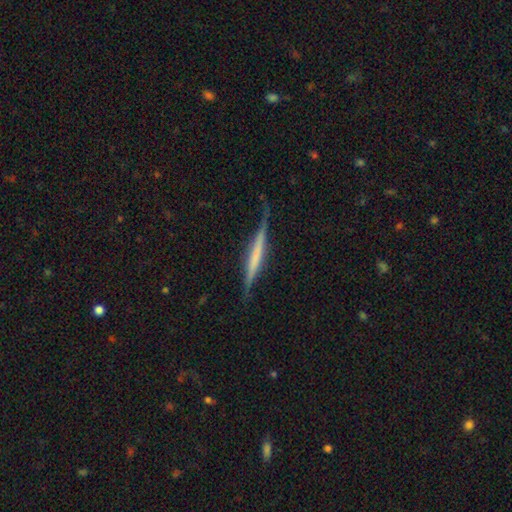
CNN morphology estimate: A featured or disk galaxy (65%) viewed edge-on (95%) with no central bulge (59%).

Vote fractions:
- Smooth or featured? featured or disk: 65% / smooth: 30% / star or artifact: 5%
- Edge-on disk? yes: 95% / no: 5%
- Edge-on bulge? none: 59% / boxy: 20% / rounded: 20%
- Merging? none: 73% / minor disturbance: 19% / major disturbance: 6% / merger: 2%